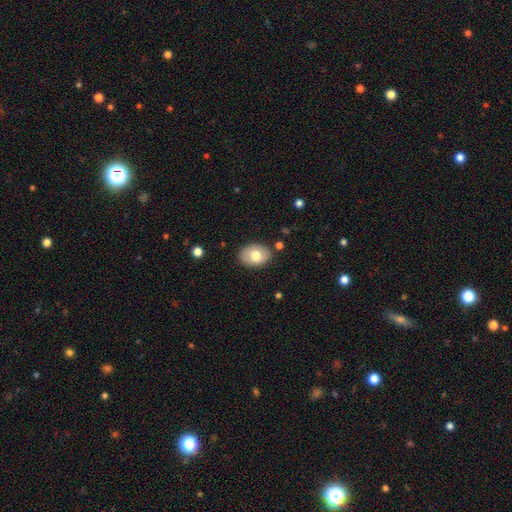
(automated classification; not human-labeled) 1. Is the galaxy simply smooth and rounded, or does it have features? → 74% smooth, 19% featured or disk, 7% star or artifact.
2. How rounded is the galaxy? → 79% in between, 20% round, 1% cigar-shaped.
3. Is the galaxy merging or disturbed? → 84% none, 11% minor disturbance, 3% major disturbance, 2% merger.